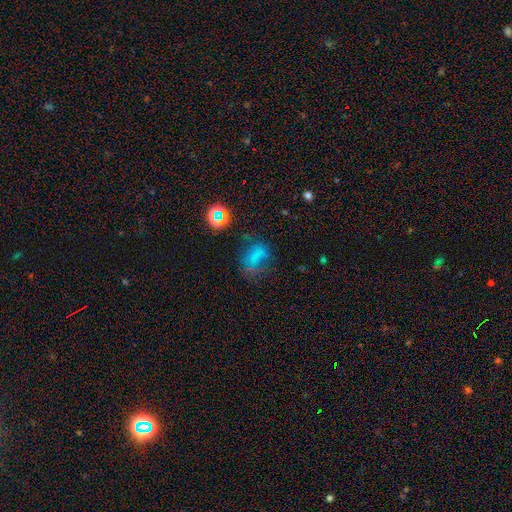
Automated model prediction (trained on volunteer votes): A smooth galaxy with no disk features (54%) that is in between round and cigar-shaped (64%).

Vote fractions:
- Smooth or featured? smooth: 54% / star or artifact: 26% / featured or disk: 20%
- How rounded? in between: 64% / round: 32% / cigar-shaped: 3%
- Merging? none: 46% / minor disturbance: 25% / major disturbance: 24% / merger: 5%